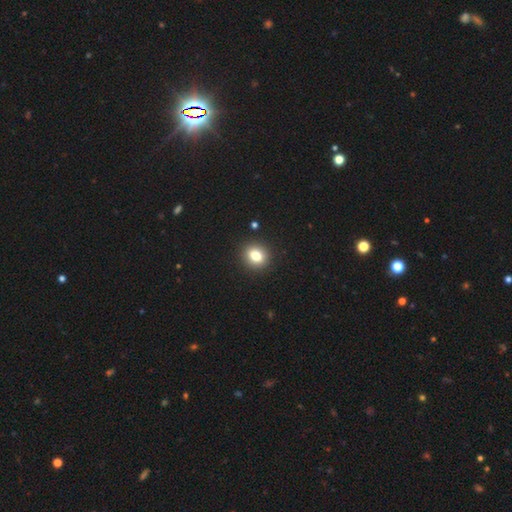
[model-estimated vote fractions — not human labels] A smooth galaxy with no disk features (81%) that is round (65%). Merging: none (90%).